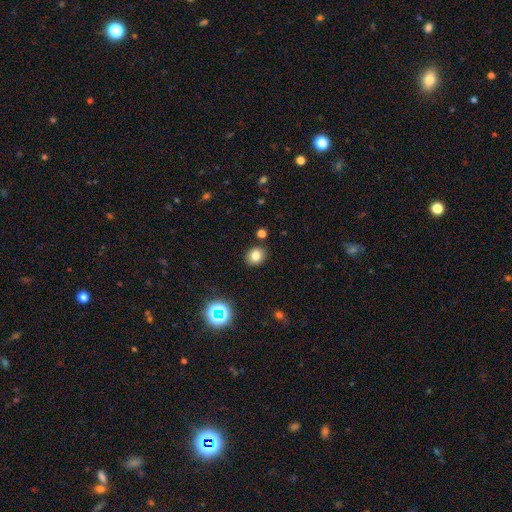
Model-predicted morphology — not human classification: Smooth or featured? smooth (79%)
How rounded? round (62%)
Merging? none (87%)